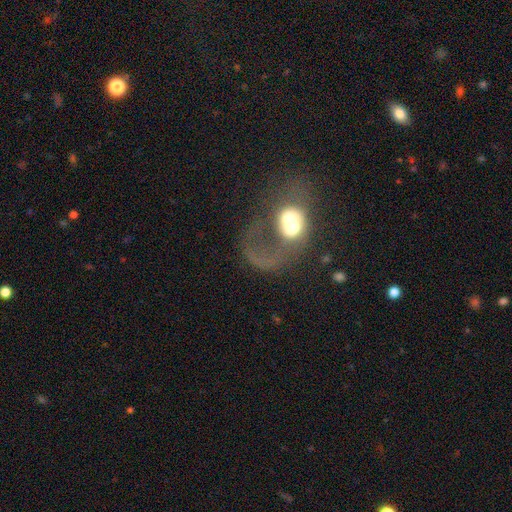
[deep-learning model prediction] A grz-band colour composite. It shows a featured or disk galaxy (51%). Merging: major disturbance (43%).